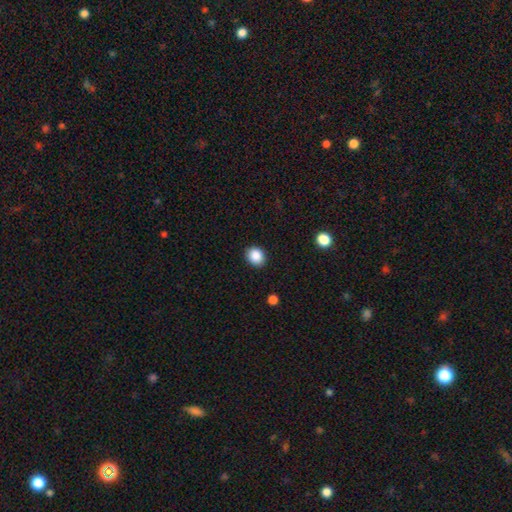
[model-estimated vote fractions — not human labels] Smooth or featured? Predicted: smooth (p=0.88). How rounded? Predicted: round (p=0.66). Merging? Predicted: none (p=0.90).